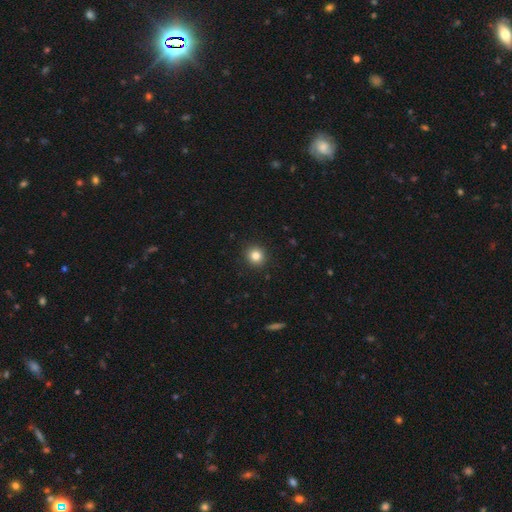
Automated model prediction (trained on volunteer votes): A smooth galaxy with no disk features (83%) that is round (91%).

Vote fractions:
- Smooth or featured? smooth: 83% / star or artifact: 11% / featured or disk: 6%
- How rounded? round: 91% / in between: 8% / cigar-shaped: 1%
- Merging? none: 92% / minor disturbance: 5% / major disturbance: 2% / merger: 1%